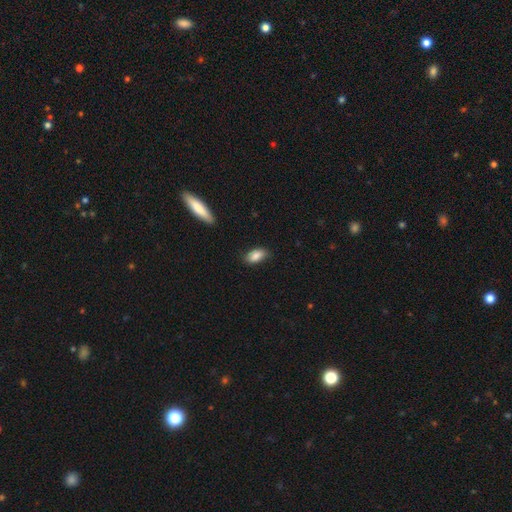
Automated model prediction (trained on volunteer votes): smooth_or_featured: smooth (p=0.86) [alt: featured or disk p=0.07]
how_rounded: in between (p=0.91) [alt: cigar-shaped p=0.04]
merging: none (p=0.80) [alt: minor disturbance p=0.16]